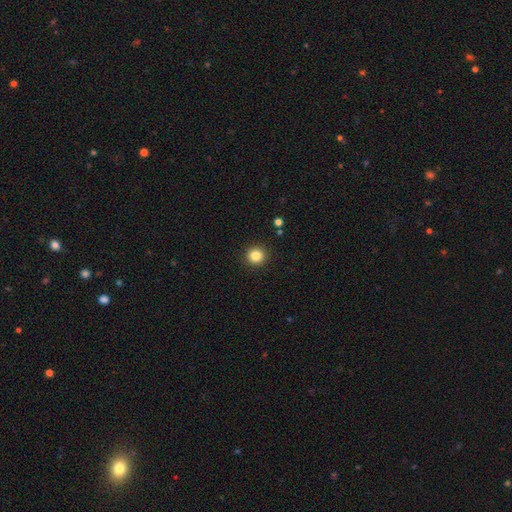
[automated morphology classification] Smooth or featured?
  - smooth: 84% *
  - star or artifact: 11%
  - featured or disk: 5%
How rounded?
  - round: 94% *
  - in between: 5%
  - cigar-shaped: 1%
Merging?
  - none: 92% *
  - minor disturbance: 5%
  - major disturbance: 2%
  - merger: 1%